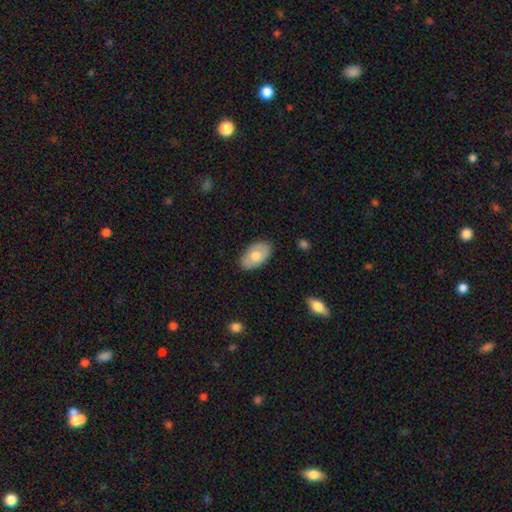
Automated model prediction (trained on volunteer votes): A smooth galaxy with no disk features (64%) that is in between round and cigar-shaped (93%).

Vote fractions:
- Smooth or featured? smooth: 64% / featured or disk: 30% / star or artifact: 6%
- How rounded? in between: 93% / round: 6% / cigar-shaped: 1%
- Merging? none: 84% / minor disturbance: 12% / major disturbance: 3% / merger: 1%